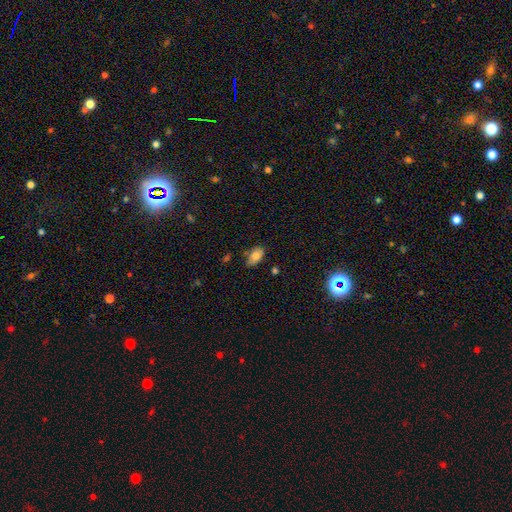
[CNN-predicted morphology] Overall: smooth (79%). How rounded: in between (92%). Merging: none (70%).